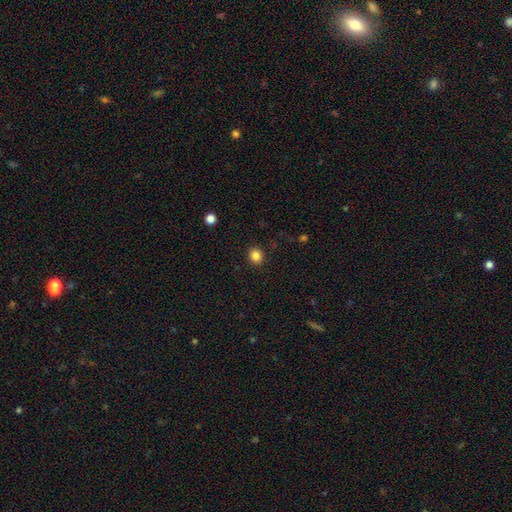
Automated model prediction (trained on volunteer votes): Smooth or featured?
  - smooth: 85% *
  - star or artifact: 11%
  - featured or disk: 4%
How rounded?
  - round: 75% *
  - in between: 24%
  - cigar-shaped: 1%
Merging?
  - none: 90% *
  - minor disturbance: 6%
  - major disturbance: 2%
  - merger: 1%